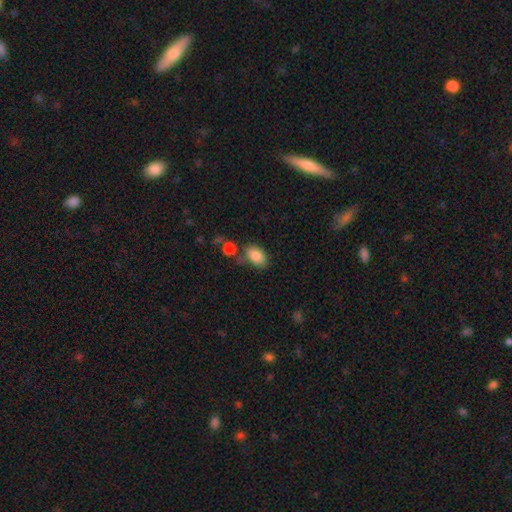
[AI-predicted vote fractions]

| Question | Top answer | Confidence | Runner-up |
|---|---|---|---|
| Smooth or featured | smooth | 85% | star or artifact (8%) |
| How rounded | in between | 90% | round (8%) |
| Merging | none | 68% | minor disturbance (16%) |